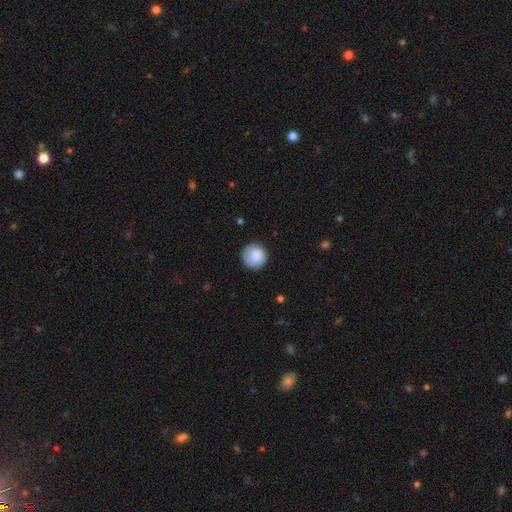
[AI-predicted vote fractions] smooth 83%, featured or disk 10%, star or artifact 7%. Down the decision tree: how rounded — round (93%); merging — none (80%).